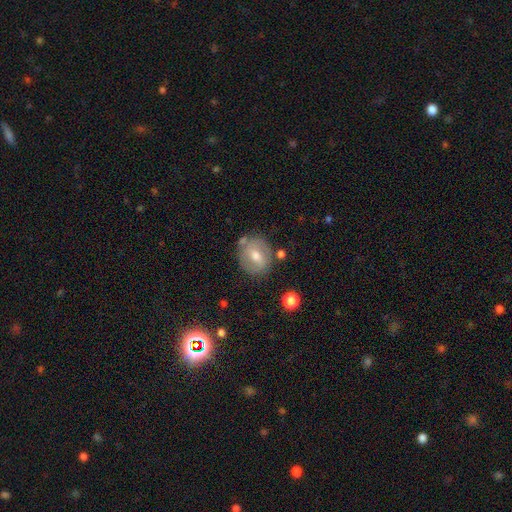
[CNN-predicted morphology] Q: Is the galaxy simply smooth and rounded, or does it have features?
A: smooth — 47%.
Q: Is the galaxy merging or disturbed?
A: none — 73%.